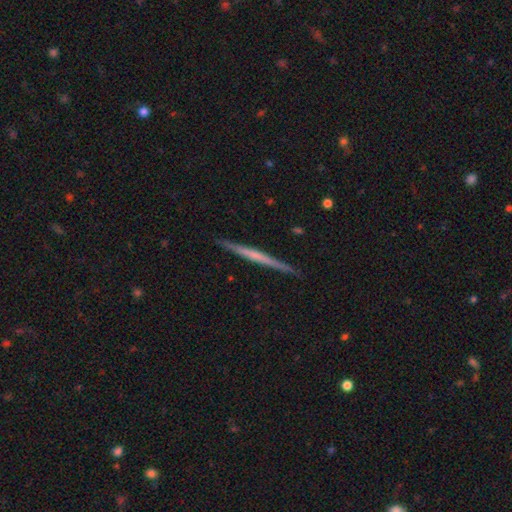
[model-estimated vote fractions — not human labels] A featured or disk galaxy (61%) viewed edge-on (98%) with no central bulge (77%).

Vote fractions:
- Smooth or featured? featured or disk: 61% / smooth: 33% / star or artifact: 5%
- Edge-on disk? yes: 98% / no: 2%
- Edge-on bulge? none: 77% / rounded: 15% / boxy: 8%
- Merging? none: 91% / minor disturbance: 6% / major disturbance: 1% / merger: 1%